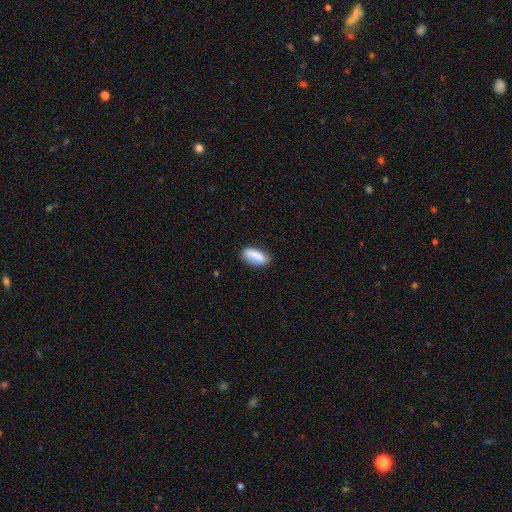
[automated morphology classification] Smooth or featured? Predicted: smooth (p=0.80). How rounded? Predicted: in between (p=0.83). Merging? Predicted: none (p=0.68).